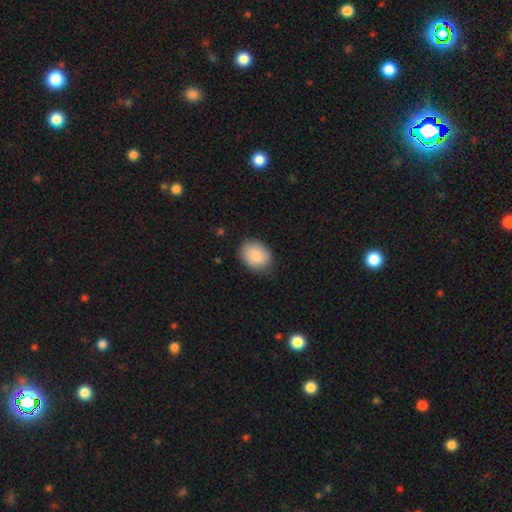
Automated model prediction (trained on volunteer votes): smooth 83%, featured or disk 10%, star or artifact 7%. Down the decision tree: how rounded — in between (58%); merging — none (83%).